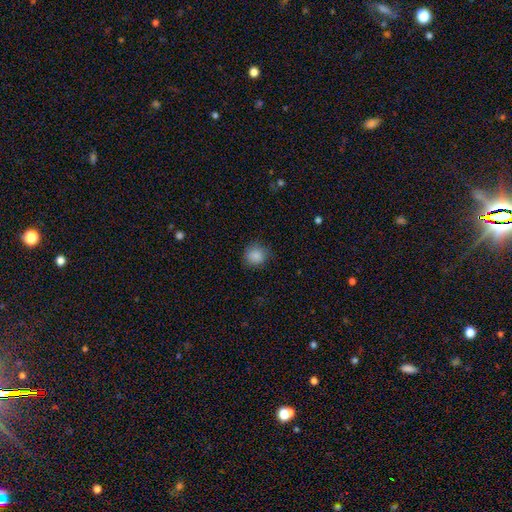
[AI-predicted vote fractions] Smooth or featured? Predicted: smooth (p=0.87). How rounded? Predicted: round (p=0.86). Merging? Predicted: none (p=0.80).